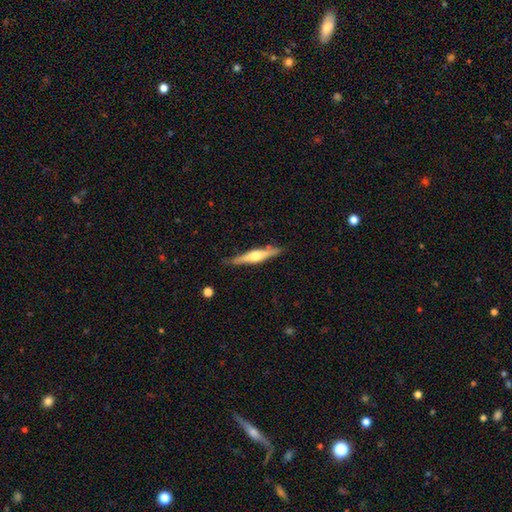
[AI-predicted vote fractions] This appears to be a featured or disk galaxy (67%) viewed edge-on (96%) with a rounded central bulge (90%). Merging: none (84%).